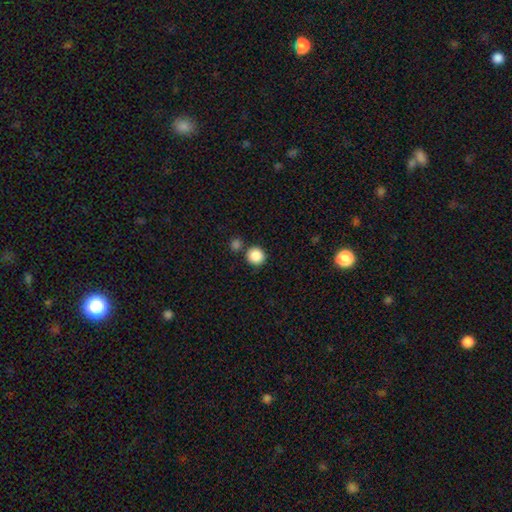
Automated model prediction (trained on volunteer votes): smooth-or-featured: smooth: 87% | star or artifact: 9% | featured or disk: 3%
  how-rounded: round: 93% | in between: 6% | cigar-shaped: 1%
  merging: none: 79% | merger: 11% | minor disturbance: 7% | major disturbance: 3%